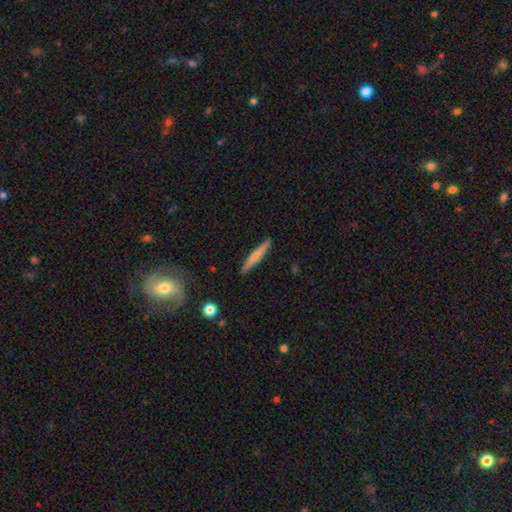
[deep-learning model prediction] Smooth or featured? smooth (63%)
How rounded? cigar-shaped (95%)
Merging? none (90%)